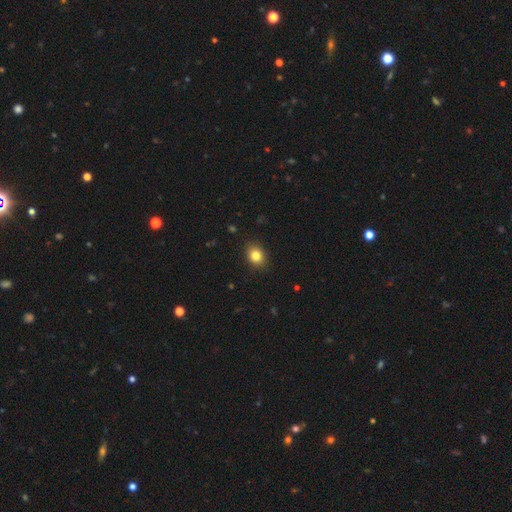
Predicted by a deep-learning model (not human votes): smooth 82%, star or artifact 11%, featured or disk 7%. Down the decision tree: how rounded — in between (51%); merging — none (88%).